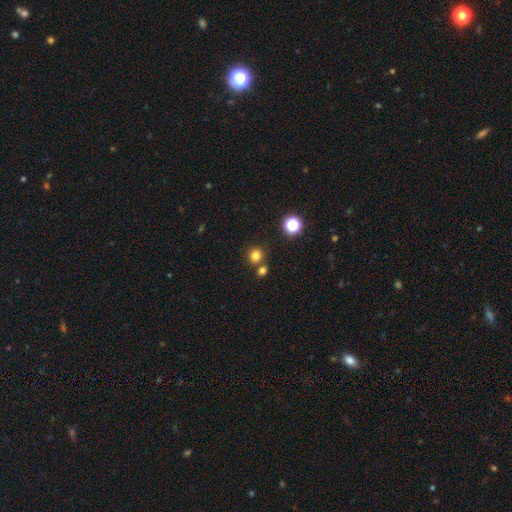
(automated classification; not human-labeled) Overall: smooth (78%). How rounded: round (90%). Merging: none (72%).